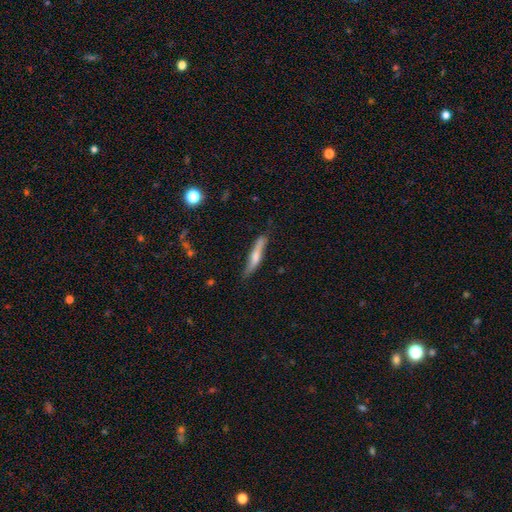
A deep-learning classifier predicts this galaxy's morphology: The model was most divided on "smooth or featured": smooth: 61%, featured or disk: 34%, star or artifact: 6%. More confident: how rounded — cigar-shaped (88%); merging — none (74%).